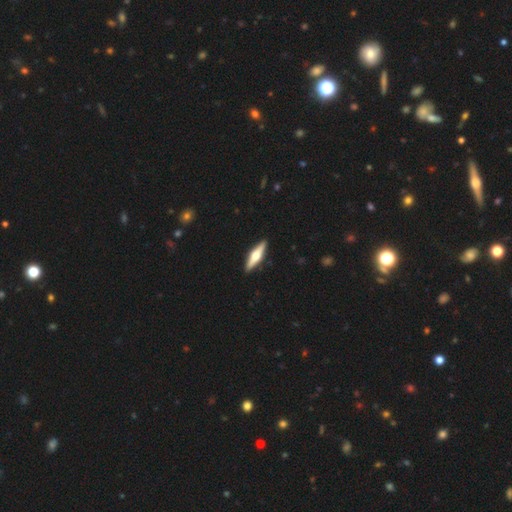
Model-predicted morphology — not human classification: featured or disk 63%, smooth 32%, star or artifact 5%. Down the decision tree: edge-on disk — yes (96%); edge-on bulge — rounded (94%); merging — none (92%).